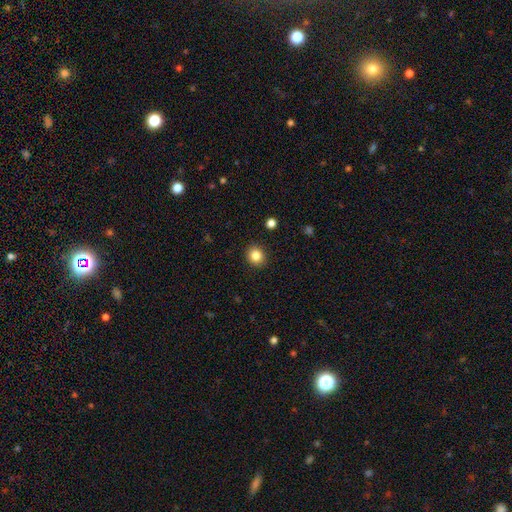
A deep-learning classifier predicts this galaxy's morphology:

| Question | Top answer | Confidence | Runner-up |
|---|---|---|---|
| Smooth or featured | smooth | 84% | star or artifact (11%) |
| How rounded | round | 82% | in between (17%) |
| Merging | none | 91% | minor disturbance (6%) |